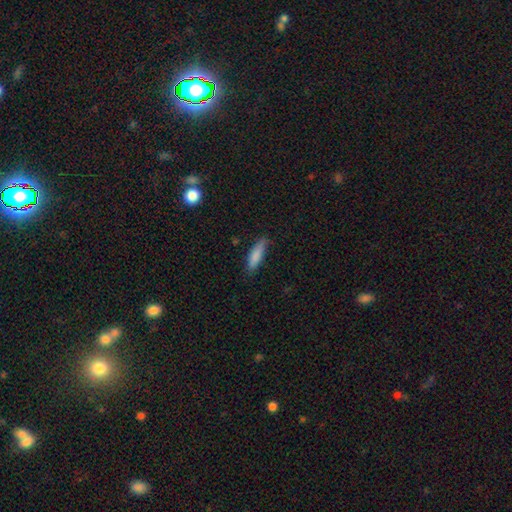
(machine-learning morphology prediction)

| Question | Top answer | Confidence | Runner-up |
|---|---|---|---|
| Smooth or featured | smooth | 84% | featured or disk (10%) |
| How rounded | cigar-shaped | 63% | in between (35%) |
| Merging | none | 74% | minor disturbance (21%) |